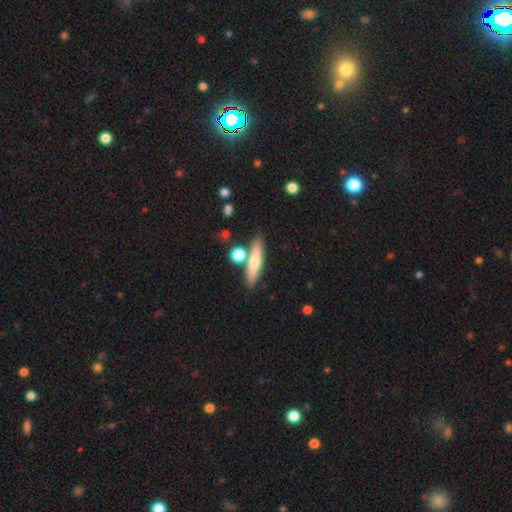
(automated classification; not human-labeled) Smooth or featured: smooth — 52% (featured or disk — 38%)
How rounded: cigar-shaped — 77% (in between — 19%)
Merging: none — 76% (merger — 11%)